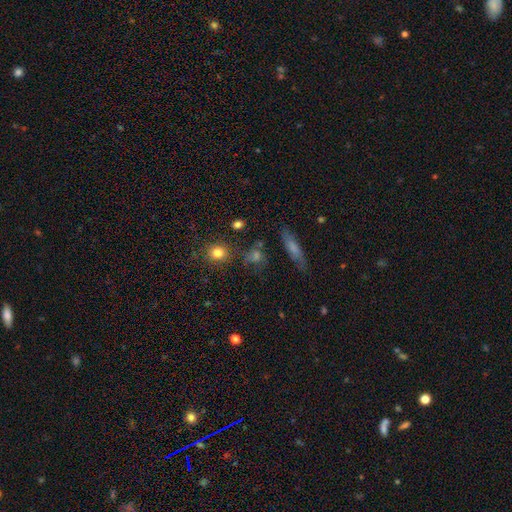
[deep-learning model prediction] A smooth galaxy with no disk features (60%) that is round (48%). Merging: none (72%).